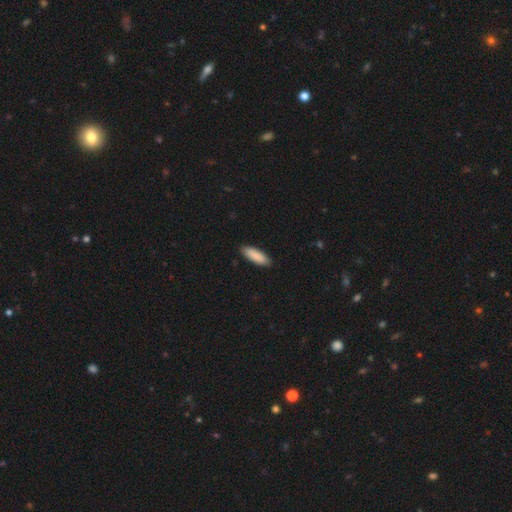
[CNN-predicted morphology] smooth_or_featured: smooth (p=0.89) [alt: star or artifact p=0.05]
how_rounded: in between (p=0.55) [alt: cigar-shaped p=0.43]
merging: none (p=0.89) [alt: minor disturbance p=0.09]